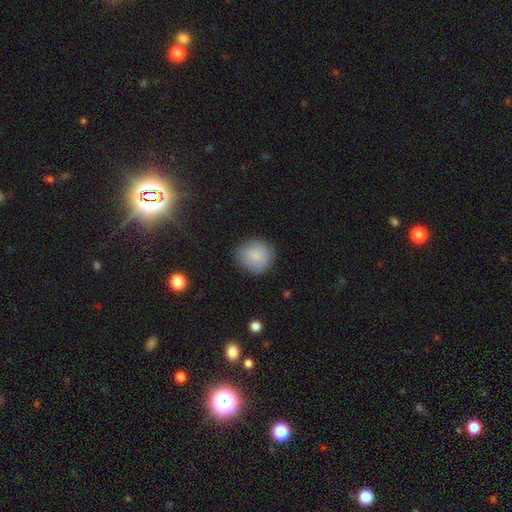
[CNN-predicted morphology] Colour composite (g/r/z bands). It shows a smooth galaxy with no disk features (84%) that is round (85%). Merging: none (79%).